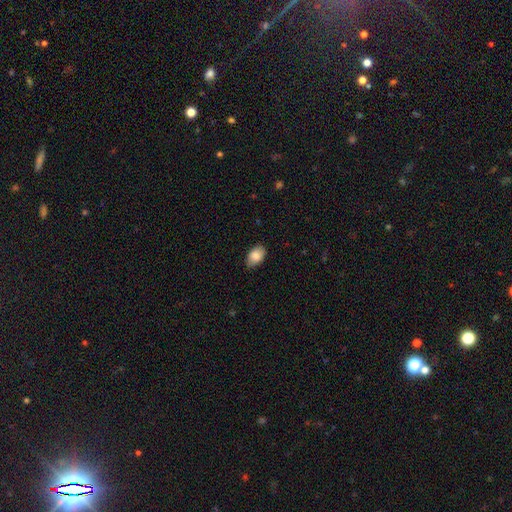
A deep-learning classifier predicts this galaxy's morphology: smooth_or_featured: smooth (p=0.85) [alt: featured or disk p=0.08]
how_rounded: in between (p=0.90) [alt: round p=0.09]
merging: none (p=0.78) [alt: minor disturbance p=0.18]